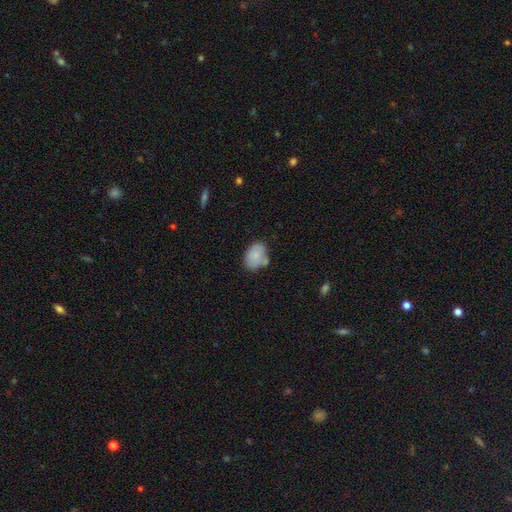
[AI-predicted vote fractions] smooth-or-featured: smooth: 79% | featured or disk: 14% | star or artifact: 7%
  how-rounded: in between: 74% | round: 24% | cigar-shaped: 1%
  merging: none: 57% | minor disturbance: 24% | merger: 13% | major disturbance: 6%